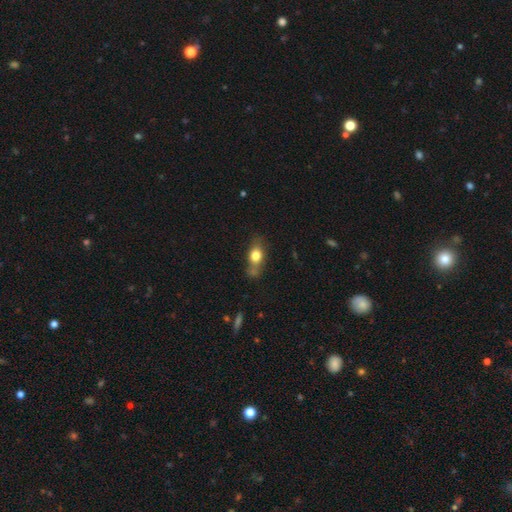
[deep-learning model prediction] Smooth or featured? smooth (73%)
How rounded? in between (69%)
Merging? none (53%)